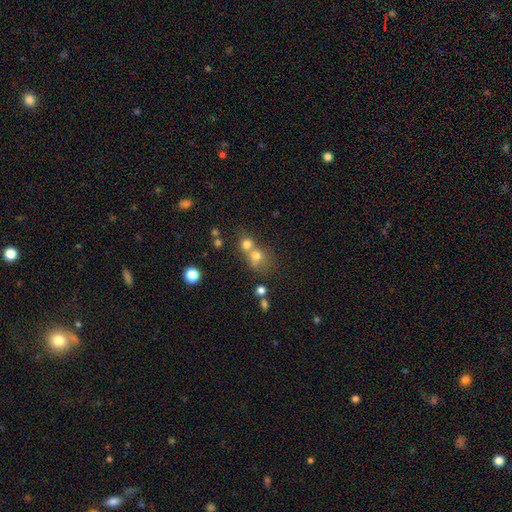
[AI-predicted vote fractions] This is likely a smooth galaxy (70%). How rounded: likely round (78%). Merging: possibly merger (55%).